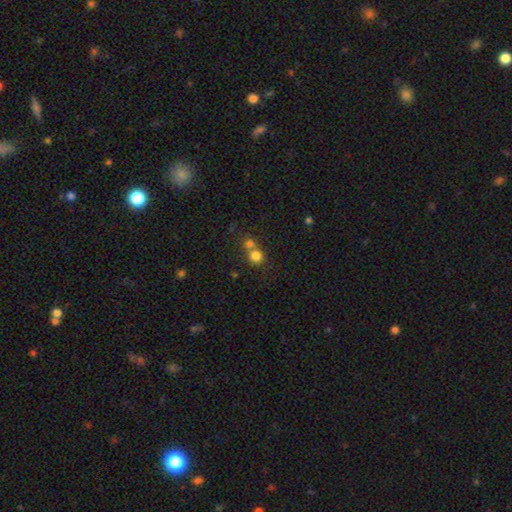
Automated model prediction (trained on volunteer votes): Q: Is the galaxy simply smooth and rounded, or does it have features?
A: smooth — 79%.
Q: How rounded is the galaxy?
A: round — 87%.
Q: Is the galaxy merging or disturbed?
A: none — 47%.